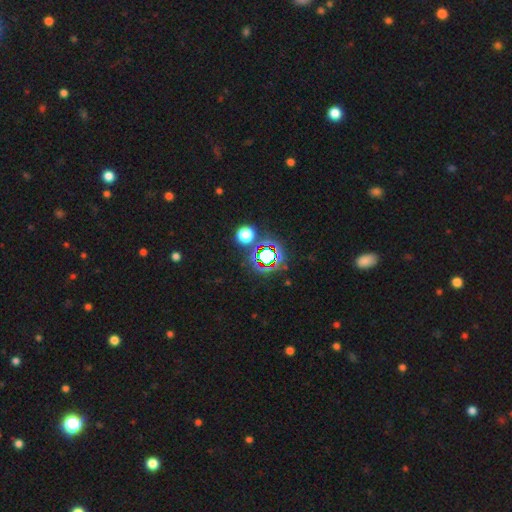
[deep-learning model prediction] Morphology: type=star or artifact (79%).